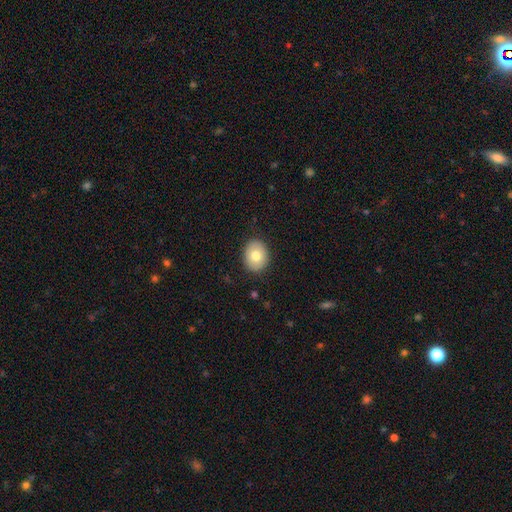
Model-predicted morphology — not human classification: A smooth galaxy with no disk features (76%) that is in between round and cigar-shaped (51%).

Vote fractions:
- Smooth or featured? smooth: 76% / featured or disk: 16% / star or artifact: 8%
- How rounded? in between: 51% / round: 48% / cigar-shaped: 1%
- Merging? none: 88% / minor disturbance: 9% / major disturbance: 2% / merger: 1%